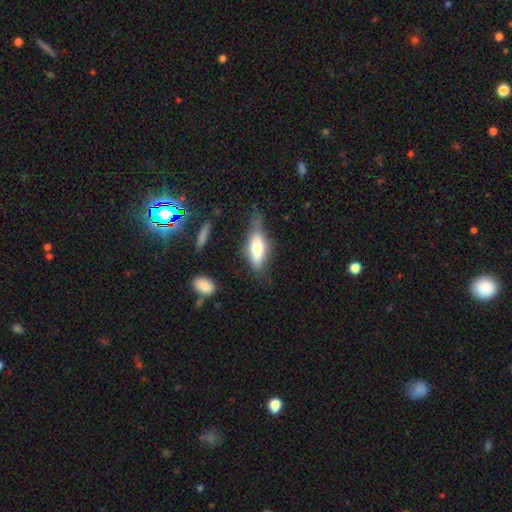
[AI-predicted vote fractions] This is possibly a smooth galaxy (52%). How rounded: likely in between (62%). Merging: possibly none (52%).